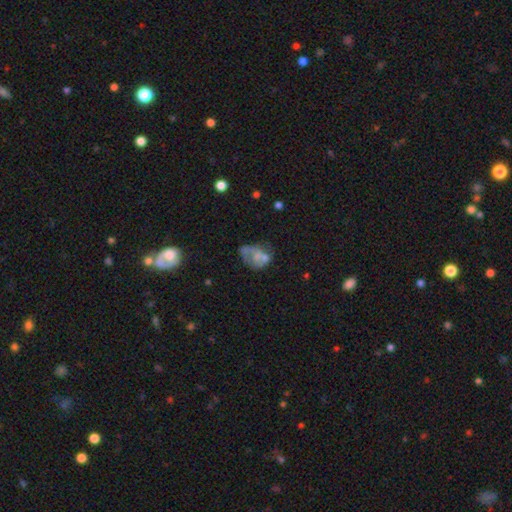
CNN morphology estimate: This appears to be a featured or disk galaxy (45%). Merging: major disturbance (31%).